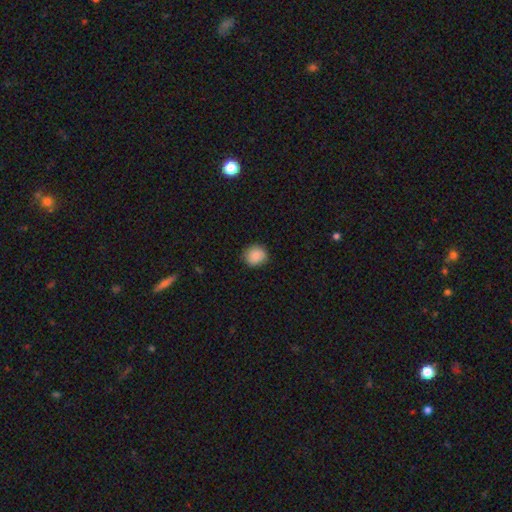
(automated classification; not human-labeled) Overall: smooth (87%). How rounded: round (81%). Merging: none (84%).